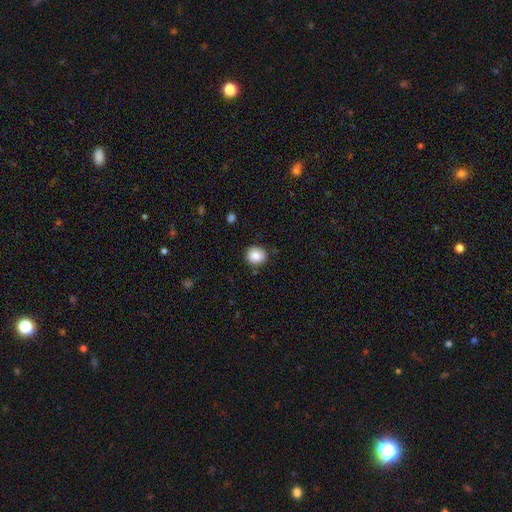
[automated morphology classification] This appears to be a smooth galaxy with no disk features (87%) that is round (89%). Merging: none (84%).